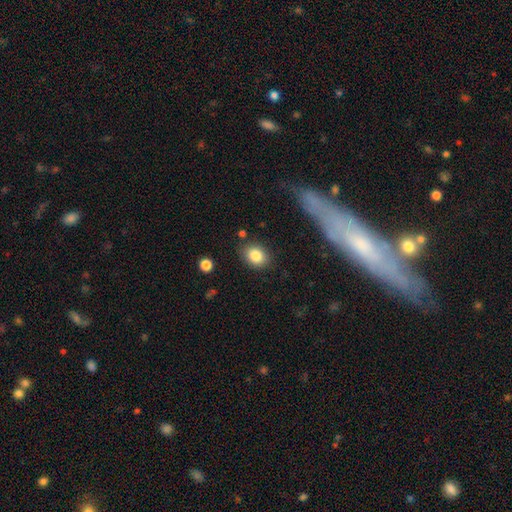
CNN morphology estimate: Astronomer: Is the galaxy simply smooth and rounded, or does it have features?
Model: smooth — 84%.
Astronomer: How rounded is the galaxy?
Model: in between — 61% (runner-up: round, 37%).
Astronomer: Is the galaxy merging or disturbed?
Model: none — 83%.